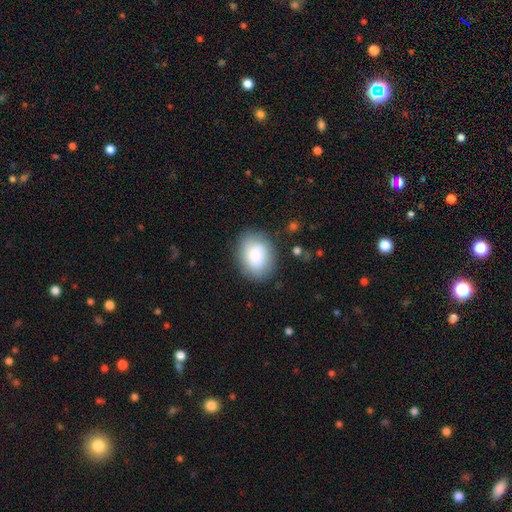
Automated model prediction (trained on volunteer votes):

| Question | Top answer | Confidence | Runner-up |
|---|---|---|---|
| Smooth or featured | smooth | 80% | featured or disk (12%) |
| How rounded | in between | 63% | round (36%) |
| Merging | none | 78% | minor disturbance (15%) |